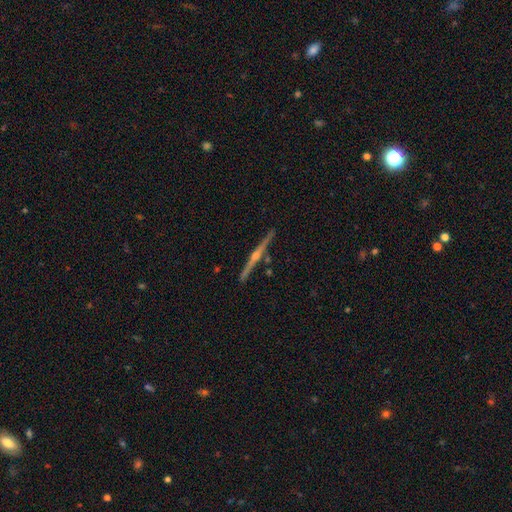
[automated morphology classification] This is clearly a featured or disk galaxy (84%). It is clearly viewed edge-on (98%). Edge-on bulge: clearly rounded (85%). Merging: clearly none (89%).